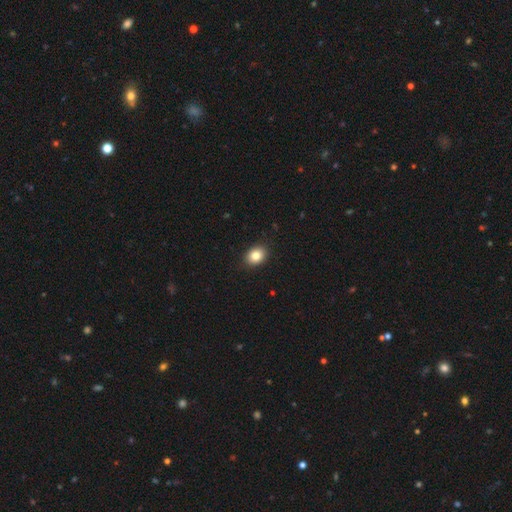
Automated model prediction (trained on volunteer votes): Smooth or featured? smooth (84%)
How rounded? in between (64%)
Merging? none (89%)